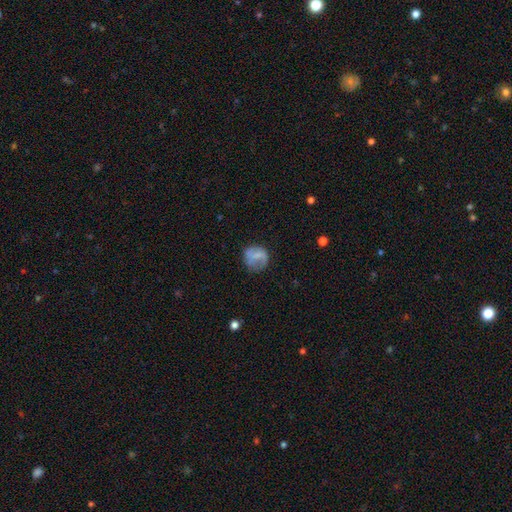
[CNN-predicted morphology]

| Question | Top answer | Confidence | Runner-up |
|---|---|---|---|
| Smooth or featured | smooth | 58% | featured or disk (33%) |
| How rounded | round | 78% | in between (21%) |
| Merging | none | 58% | minor disturbance (24%) |